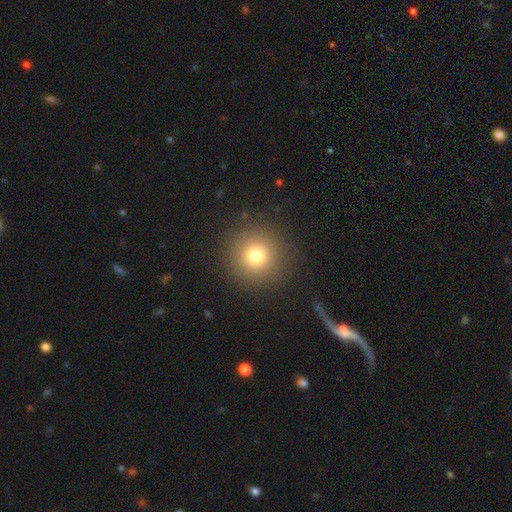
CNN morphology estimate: This is likely a smooth galaxy (77%). How rounded: clearly round (96%). Merging: clearly none (90%).